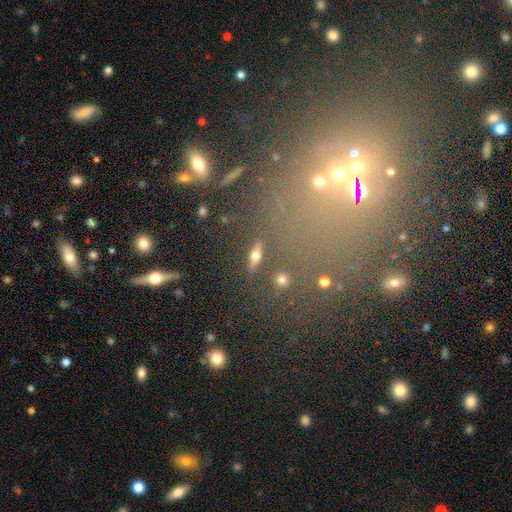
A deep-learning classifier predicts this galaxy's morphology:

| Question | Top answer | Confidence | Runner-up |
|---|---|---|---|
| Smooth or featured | featured or disk | 47% | smooth (36%) |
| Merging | none | 85% | minor disturbance (8%) |